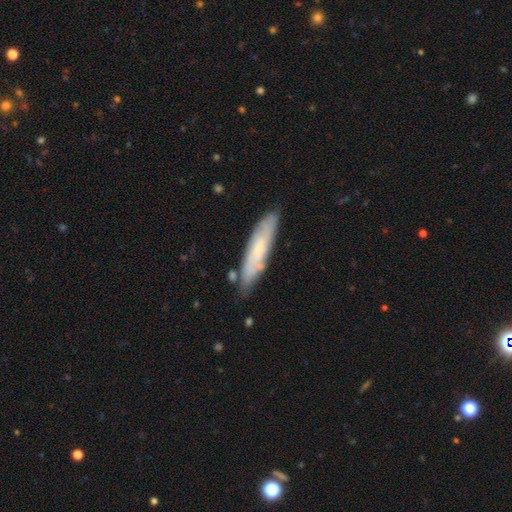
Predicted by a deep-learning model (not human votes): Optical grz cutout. It shows a smooth galaxy with no disk features (49%). Merging: none (79%).